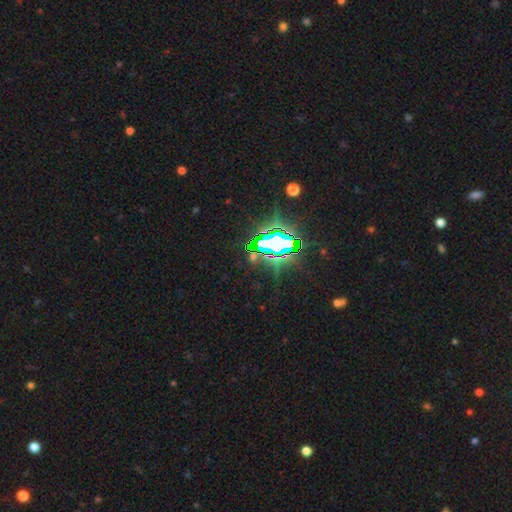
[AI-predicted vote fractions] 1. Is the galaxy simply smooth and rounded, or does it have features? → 81% star or artifact, 10% smooth, 9% featured or disk.